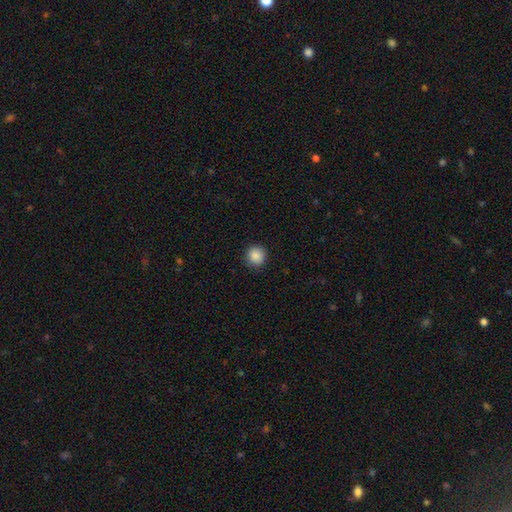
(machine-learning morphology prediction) Smooth or featured?
  - smooth: 88% *
  - star or artifact: 9%
  - featured or disk: 3%
How rounded?
  - round: 94% *
  - in between: 5%
  - cigar-shaped: 1%
Merging?
  - none: 90% *
  - minor disturbance: 7%
  - major disturbance: 2%
  - merger: 1%